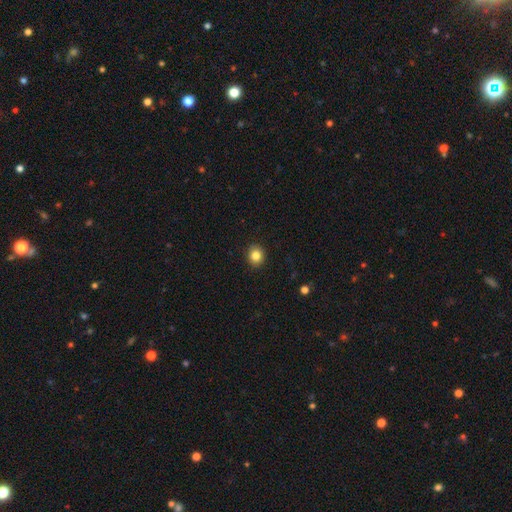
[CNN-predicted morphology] Smooth or featured? Predicted: smooth (p=0.84). How rounded? Predicted: round (p=0.73). Merging? Predicted: none (p=0.91).